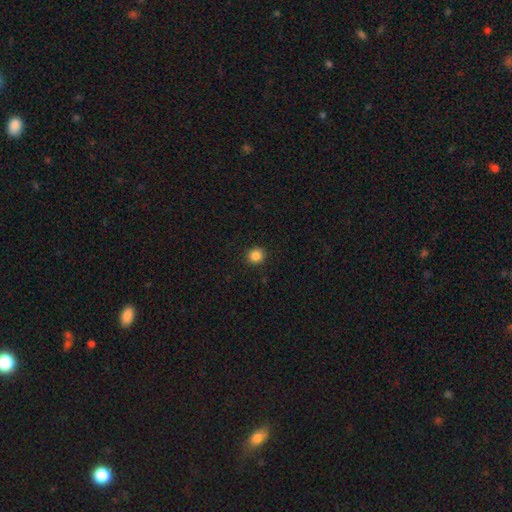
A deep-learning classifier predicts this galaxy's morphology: This appears to be a smooth galaxy with no disk features (86%) that is round (91%). Merging: none (92%).